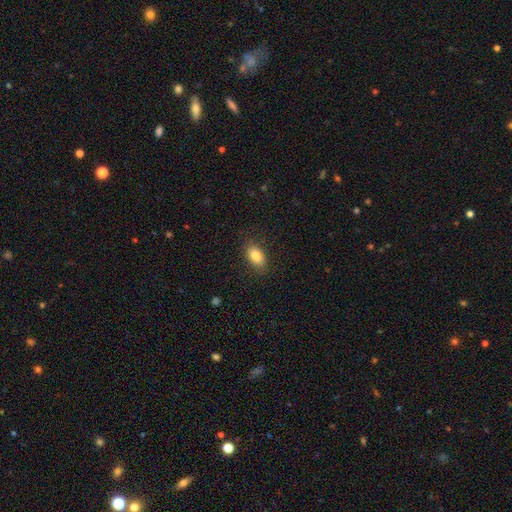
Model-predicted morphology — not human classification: Smooth or featured?
  - smooth: 84% *
  - featured or disk: 8%
  - star or artifact: 8%
How rounded?
  - in between: 90% *
  - round: 8%
  - cigar-shaped: 3%
Merging?
  - none: 86% *
  - minor disturbance: 10%
  - major disturbance: 3%
  - merger: 1%